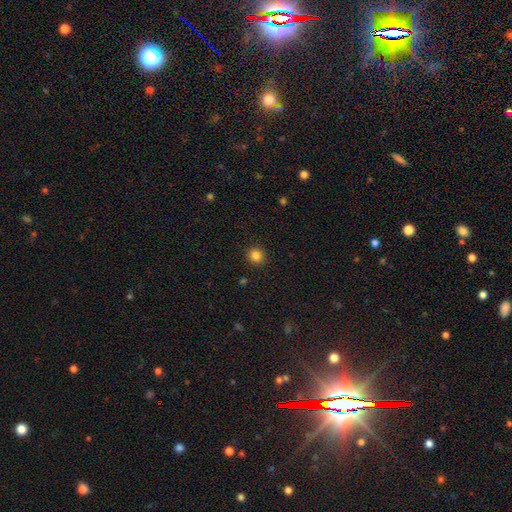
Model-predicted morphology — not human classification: A smooth galaxy with no disk features (85%) that is round (92%). Merging: none (92%).